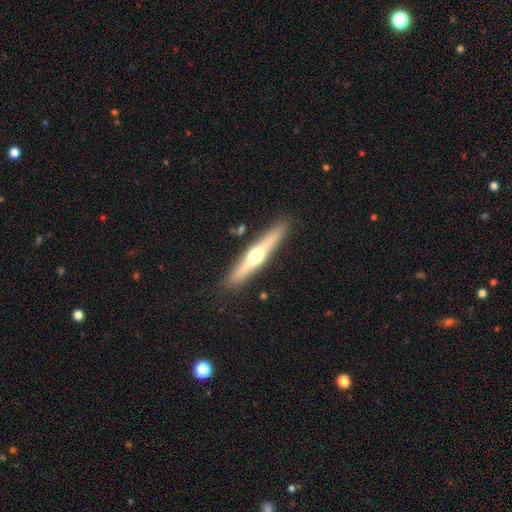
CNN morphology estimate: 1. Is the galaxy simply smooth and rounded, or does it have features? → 63% featured or disk, 32% smooth, 6% star or artifact.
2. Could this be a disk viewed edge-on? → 97% yes, 3% no.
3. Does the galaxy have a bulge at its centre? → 93% rounded, 4% none, 4% boxy.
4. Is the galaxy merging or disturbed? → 88% none, 8% minor disturbance, 2% major disturbance, 2% merger.